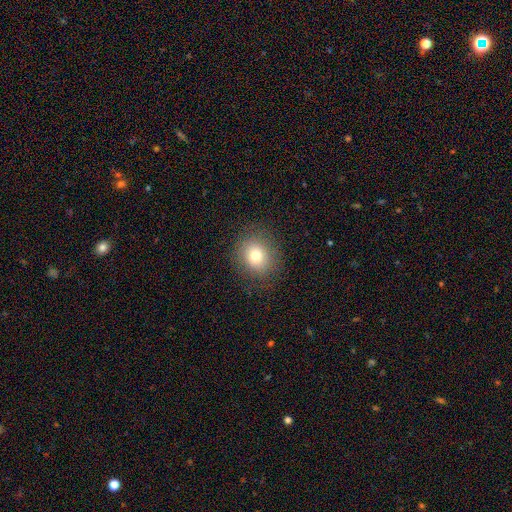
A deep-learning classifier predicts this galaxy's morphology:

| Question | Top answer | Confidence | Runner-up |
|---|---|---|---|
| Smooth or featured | smooth | 78% | star or artifact (12%) |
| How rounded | round | 70% | in between (29%) |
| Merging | none | 87% | minor disturbance (9%) |